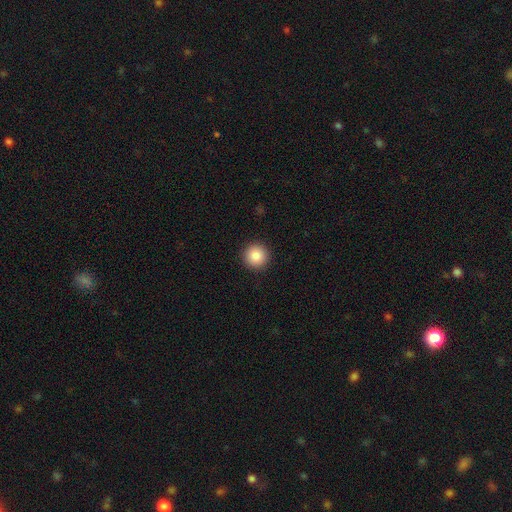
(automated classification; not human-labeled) Smooth or featured? smooth (87%)
How rounded? round (96%)
Merging? none (93%)